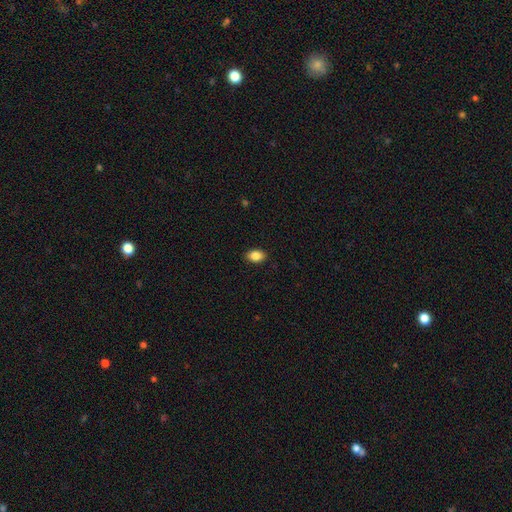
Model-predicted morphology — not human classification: This is clearly a smooth galaxy (86%). How rounded: clearly in between (83%). Merging: clearly none (89%).